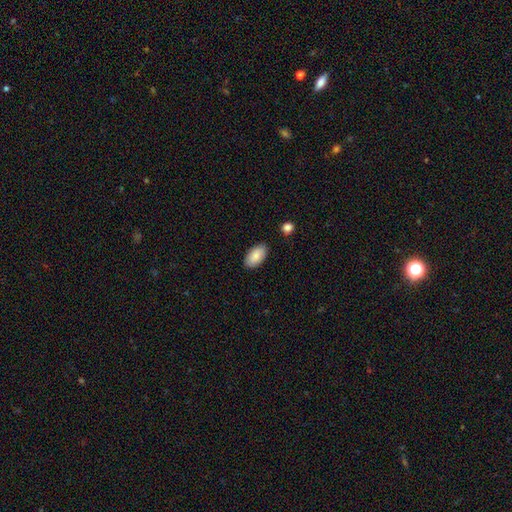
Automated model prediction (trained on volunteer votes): Smooth or featured: smooth — 87% (featured or disk — 7%)
How rounded: in between — 95% (round — 3%)
Merging: none — 87% (minor disturbance — 10%)